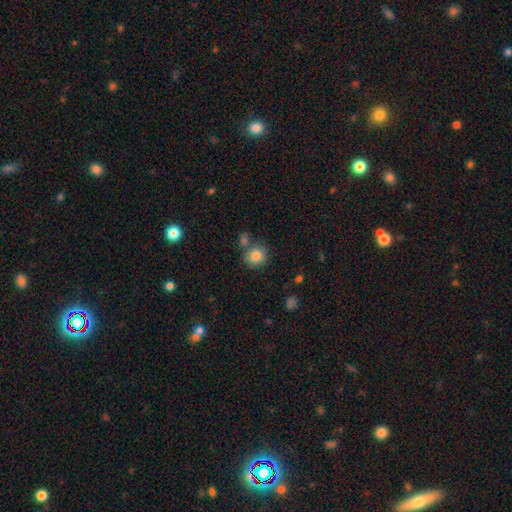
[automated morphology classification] smooth 84%, star or artifact 9%, featured or disk 7%. Down the decision tree: how rounded — round (84%); merging — none (64%).